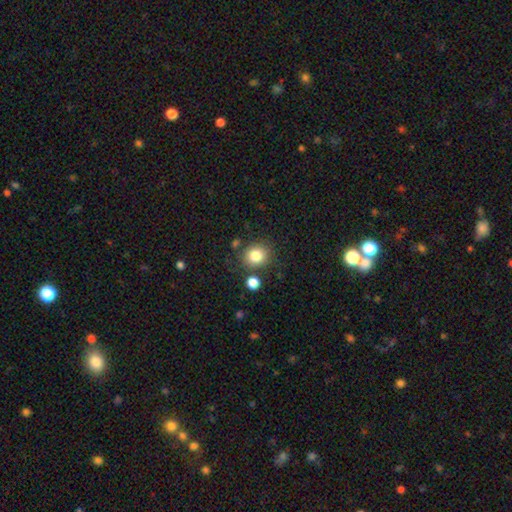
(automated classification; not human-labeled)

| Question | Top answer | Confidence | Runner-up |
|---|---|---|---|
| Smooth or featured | smooth | 83% | star or artifact (10%) |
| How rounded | round | 82% | in between (17%) |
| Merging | none | 79% | minor disturbance (10%) |